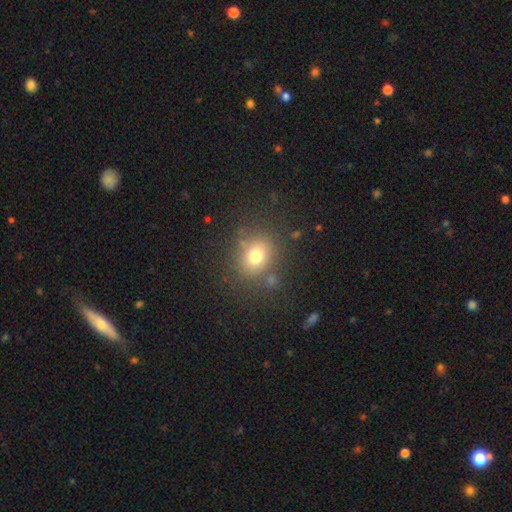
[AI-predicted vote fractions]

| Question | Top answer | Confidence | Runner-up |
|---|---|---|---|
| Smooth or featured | smooth | 75% | star or artifact (15%) |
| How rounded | round | 64% | in between (35%) |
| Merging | none | 78% | minor disturbance (12%) |